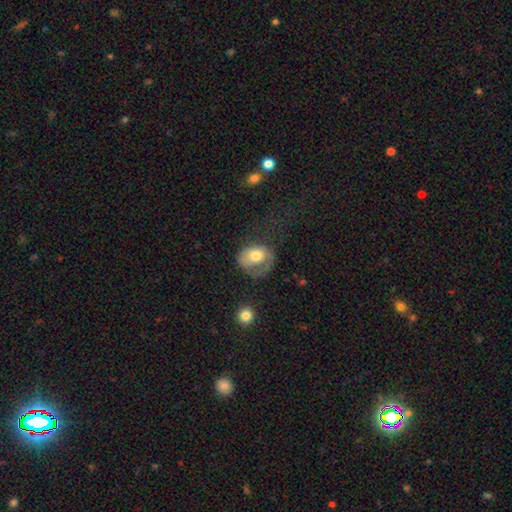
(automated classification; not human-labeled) smooth_or_featured: smooth (p=0.57) [alt: featured or disk p=0.36]
how_rounded: in between (p=0.50) [alt: round p=0.49]
merging: major disturbance (p=0.42) [alt: none p=0.31]